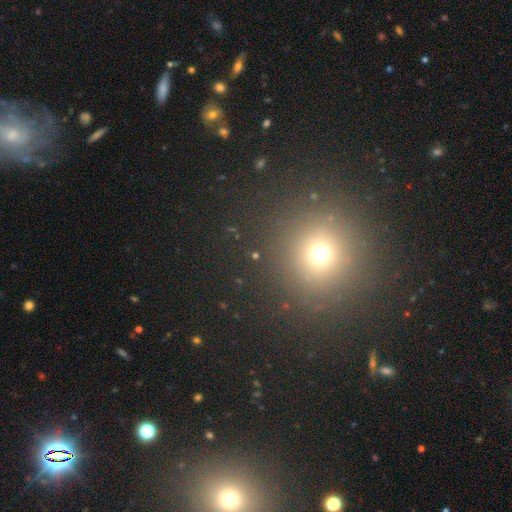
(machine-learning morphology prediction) smooth 57%, star or artifact 35%, featured or disk 8%. Down the decision tree: how rounded — round (86%); merging — none (88%).